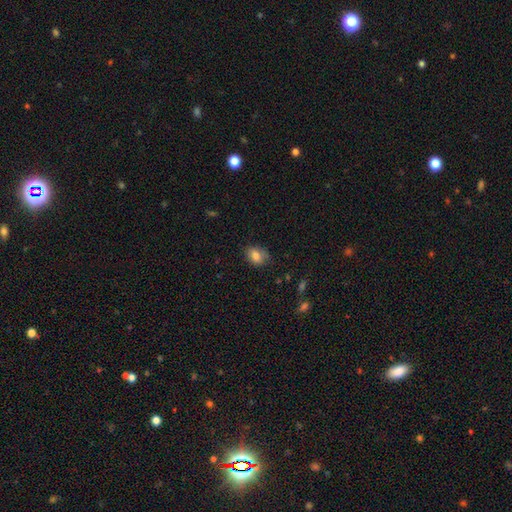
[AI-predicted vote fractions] Q: Smooth or featured?
A: smooth (80%); runner-up: featured or disk (10%)
Q: How rounded?
A: in between (62%); runner-up: round (37%)
Q: Merging?
A: none (70%); runner-up: minor disturbance (24%)